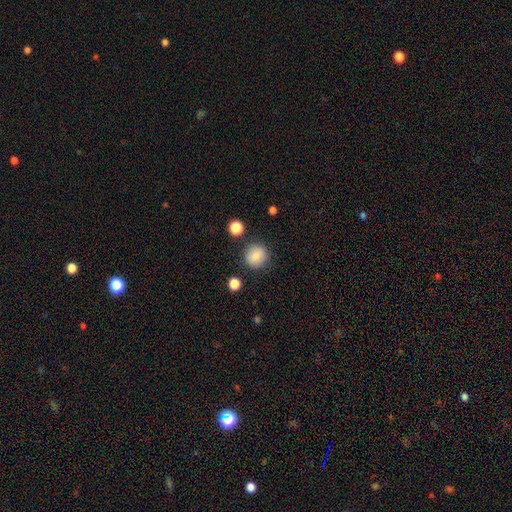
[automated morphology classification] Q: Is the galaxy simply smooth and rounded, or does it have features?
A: smooth — 85%.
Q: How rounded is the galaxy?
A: round — 91%.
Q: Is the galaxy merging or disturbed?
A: none — 87%.